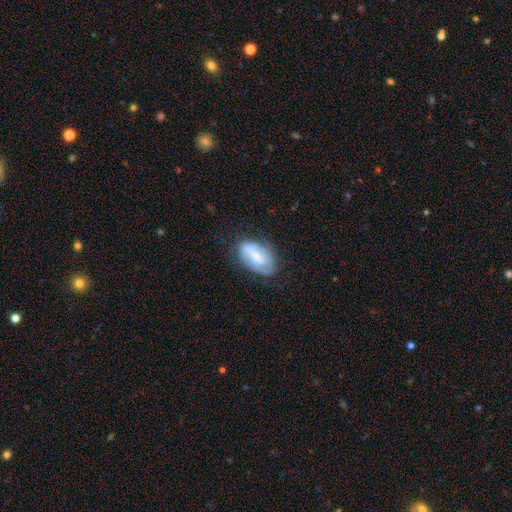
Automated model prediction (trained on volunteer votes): featured or disk 55%, smooth 38%, star or artifact 7%. Down the decision tree: edge-on disk — no (94%); bar — weak (45%); spiral arms — yes (72%); bulge size — small (45%); merging — none (65%).